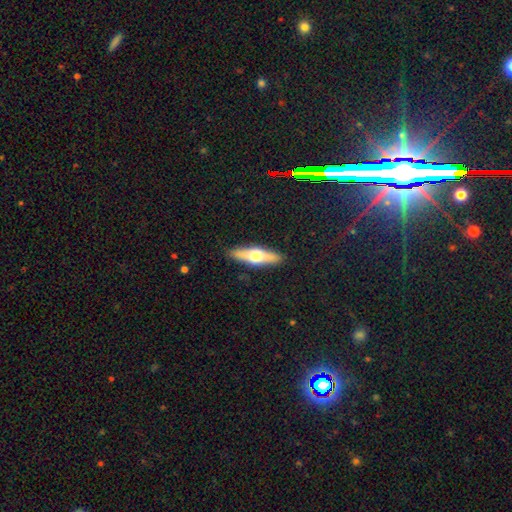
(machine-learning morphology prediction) smooth_or_featured: featured or disk (p=0.48) [alt: smooth p=0.47]
merging: none (p=0.90) [alt: minor disturbance p=0.08]